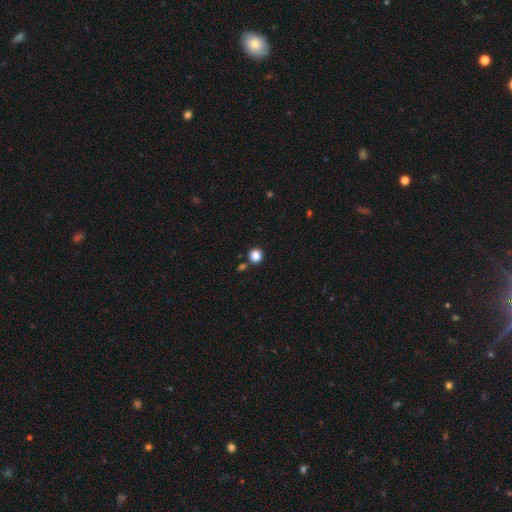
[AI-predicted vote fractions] A smooth galaxy with no disk features (85%) that is round (93%).

Vote fractions:
- Smooth or featured? smooth: 85% / star or artifact: 12% / featured or disk: 4%
- How rounded? round: 93% / in between: 6% / cigar-shaped: 1%
- Merging? none: 85% / merger: 7% / minor disturbance: 6% / major disturbance: 2%